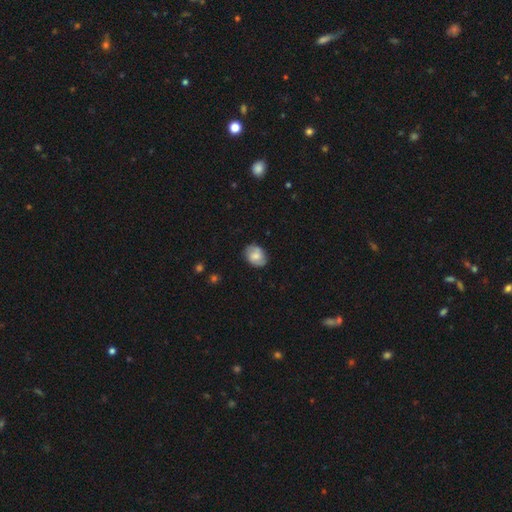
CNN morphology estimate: This is likely a smooth galaxy (65%). How rounded: likely in between (62%). Merging: clearly none (80%).